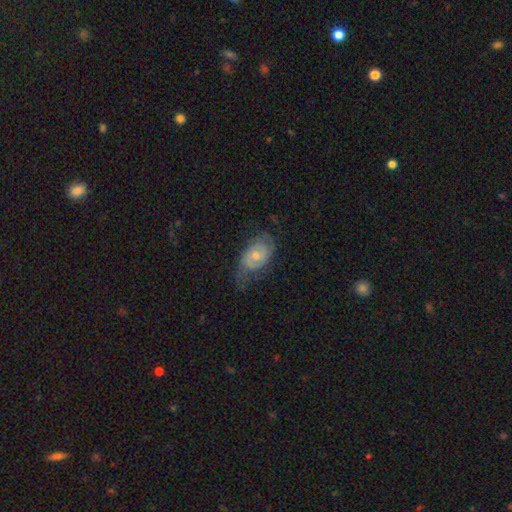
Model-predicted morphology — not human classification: This is likely a featured or disk galaxy (63%). It is clearly not viewed edge-on (95%). Bar: likely no (72%). Spiral arm pattern: clearly yes (81%). Central bulge: possibly moderate (49%). Merging: possibly none (51%).